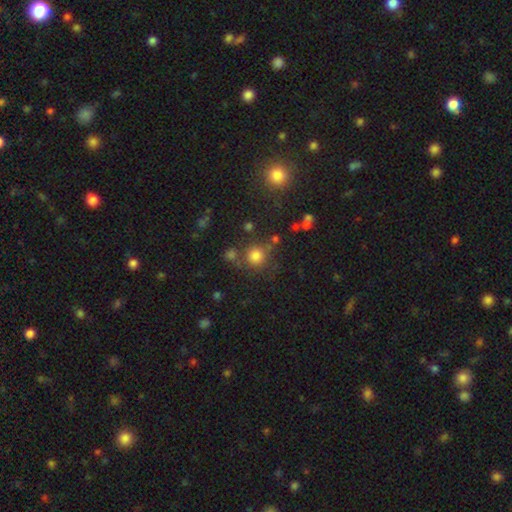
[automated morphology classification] Smooth or featured?
  - smooth: 77% *
  - star or artifact: 16%
  - featured or disk: 7%
How rounded?
  - round: 93% *
  - in between: 6%
  - cigar-shaped: 1%
Merging?
  - none: 72% *
  - merger: 12%
  - minor disturbance: 11%
  - major disturbance: 5%